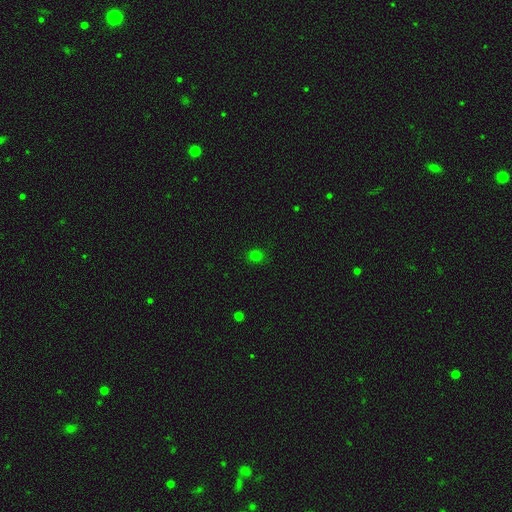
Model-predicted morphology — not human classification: smooth 77%, star or artifact 19%, featured or disk 4%. Down the decision tree: how rounded — round (76%); merging — none (89%).